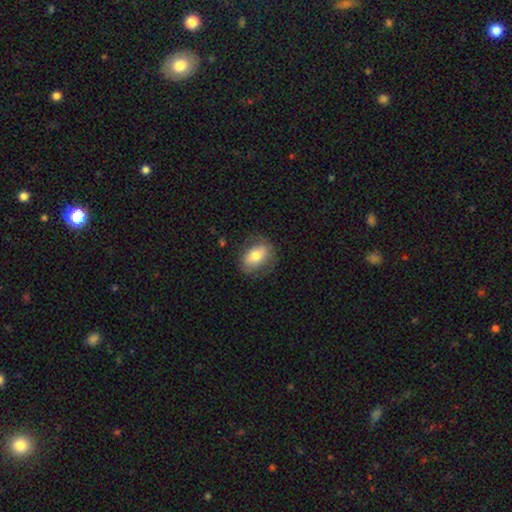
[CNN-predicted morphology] Smooth or featured? Predicted: smooth (p=0.69). How rounded? Predicted: in between (p=0.78). Merging? Predicted: none (p=0.76).